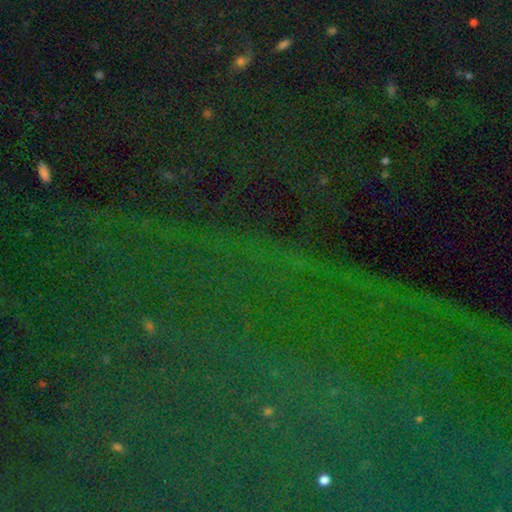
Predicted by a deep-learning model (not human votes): Morphology: type=star or artifact (82%).